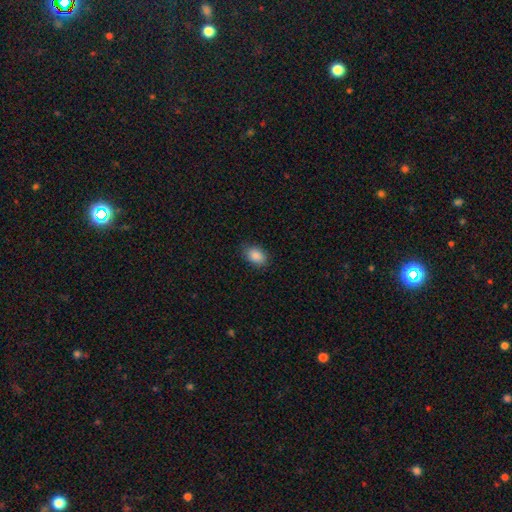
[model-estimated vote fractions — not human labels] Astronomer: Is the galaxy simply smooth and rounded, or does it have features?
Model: smooth — 88%.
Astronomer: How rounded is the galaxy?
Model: in between — 79%.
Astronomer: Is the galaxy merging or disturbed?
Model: none — 84%.